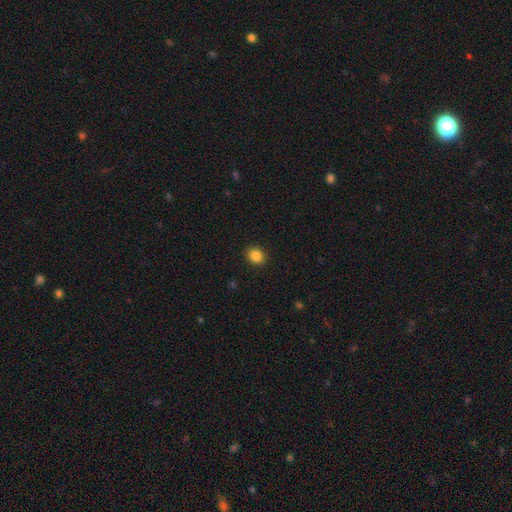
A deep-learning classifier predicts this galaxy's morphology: This appears to be a smooth galaxy with no disk features (86%) that is round (65%). Merging: none (91%).